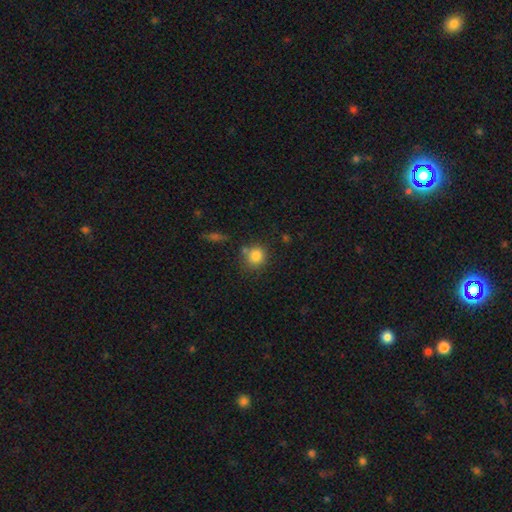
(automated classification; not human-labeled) smooth-or-featured: smooth: 82% | star or artifact: 11% | featured or disk: 7%
  how-rounded: round: 87% | in between: 12% | cigar-shaped: 1%
  merging: none: 70% | minor disturbance: 14% | merger: 11% | major disturbance: 4%